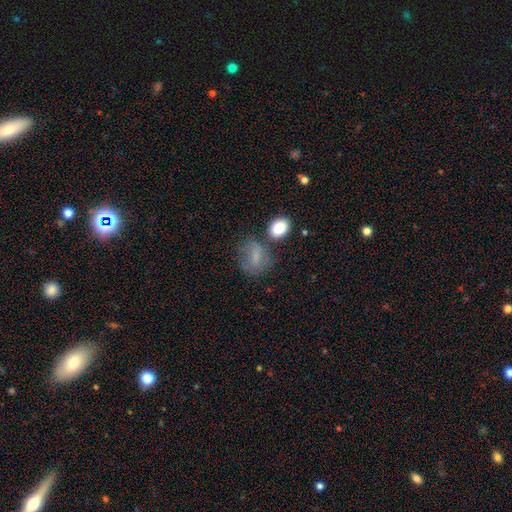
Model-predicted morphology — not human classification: smooth-or-featured: smooth: 65% | featured or disk: 22% | star or artifact: 12%
  how-rounded: in between: 52% | round: 46% | cigar-shaped: 2%
  merging: none: 48% | minor disturbance: 25% | major disturbance: 15% | merger: 12%